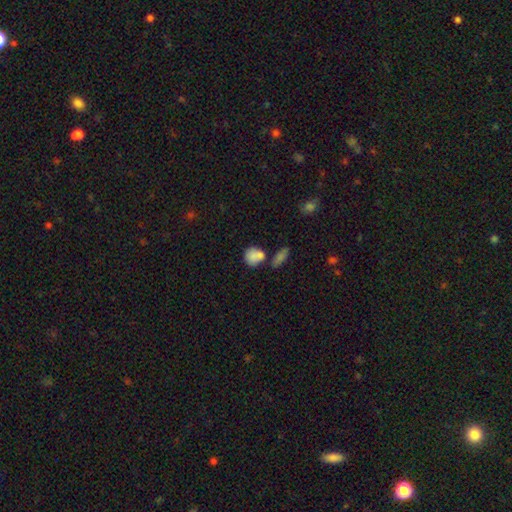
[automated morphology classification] Smooth or featured? smooth (81%)
How rounded? round (65%)
Merging? none (43%)